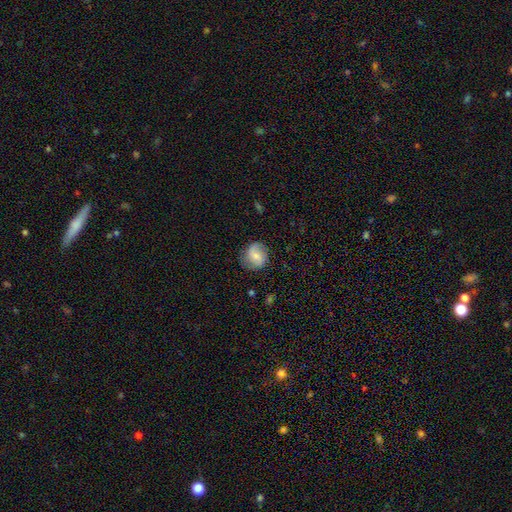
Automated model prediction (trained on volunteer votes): featured or disk 47%, smooth 46%, star or artifact 8%. Down the decision tree: merging — none (76%).